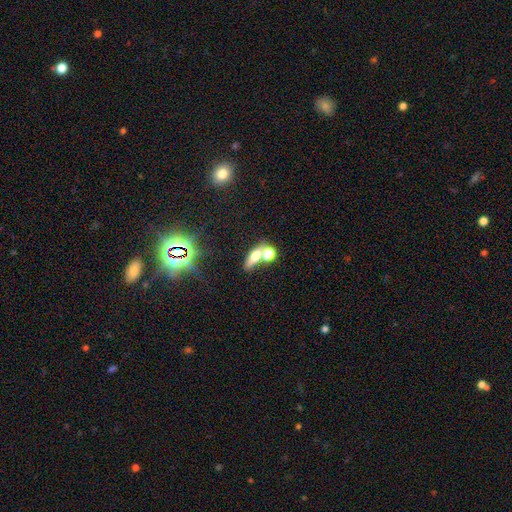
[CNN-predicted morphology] The model was most divided on "merging": none: 45%, merger: 39%, minor disturbance: 10%, major disturbance: 6%. More confident: smooth or featured — smooth (58%); how rounded — in between (53%).